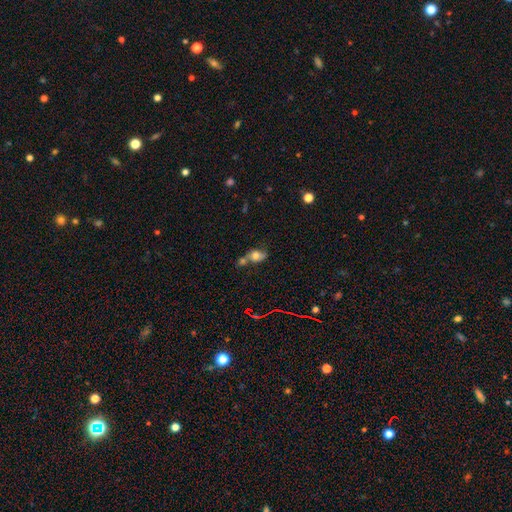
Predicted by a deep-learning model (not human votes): Smooth or featured?
  - smooth: 64% *
  - featured or disk: 23%
  - star or artifact: 14%
How rounded?
  - in between: 68% *
  - round: 28%
  - cigar-shaped: 4%
Merging?
  - merger: 48% *
  - none: 30%
  - minor disturbance: 14%
  - major disturbance: 8%